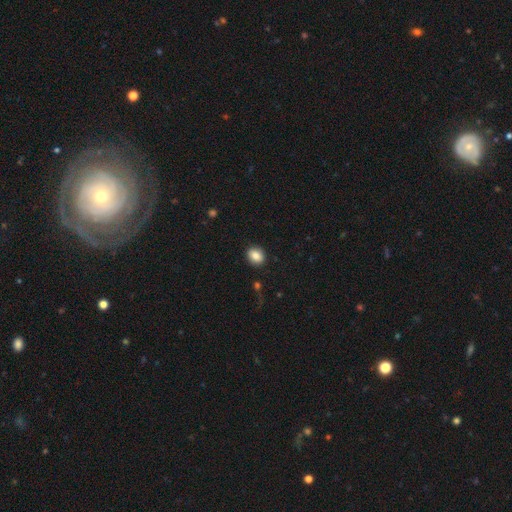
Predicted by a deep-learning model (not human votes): Smooth or featured: smooth — 86% (star or artifact — 9%)
How rounded: round — 53% (in between — 46%)
Merging: none — 90% (minor disturbance — 7%)